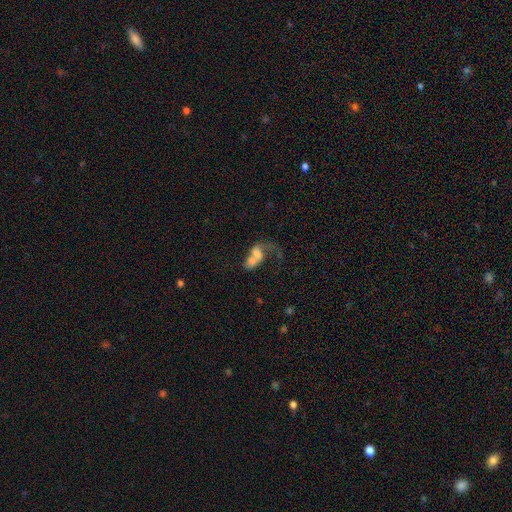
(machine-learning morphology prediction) Smooth or featured? smooth (50%)
How rounded? in between (72%)
Merging? merger (68%)